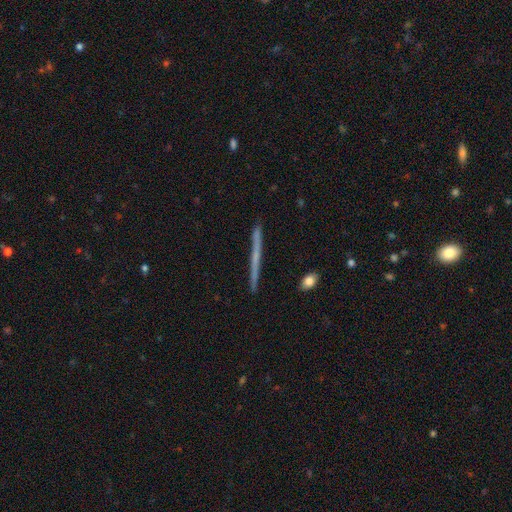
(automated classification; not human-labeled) Smooth or featured? Predicted: featured or disk (p=0.54). Edge-on disk? Predicted: yes (p=0.98). Edge-on bulge? Predicted: none (p=0.83). Merging? Predicted: none (p=0.92).